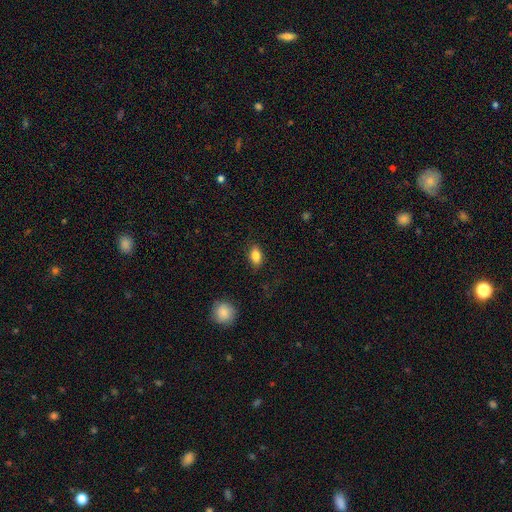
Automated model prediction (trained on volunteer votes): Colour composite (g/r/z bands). It shows a smooth galaxy with no disk features (84%) that is in between round and cigar-shaped (87%). Merging: none (84%).